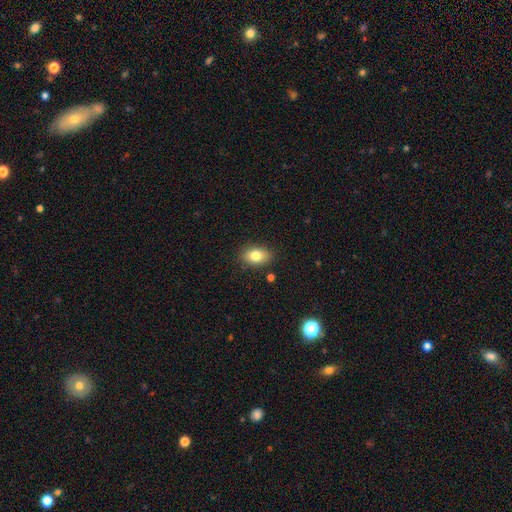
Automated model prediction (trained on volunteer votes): Smooth or featured? smooth (80%)
How rounded? in between (82%)
Merging? none (85%)